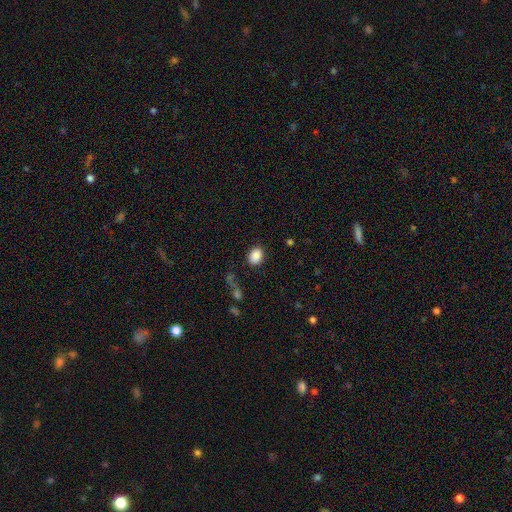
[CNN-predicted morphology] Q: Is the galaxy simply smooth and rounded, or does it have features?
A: smooth — 87%.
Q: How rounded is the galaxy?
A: in between — 61%.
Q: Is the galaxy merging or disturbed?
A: none — 84%.